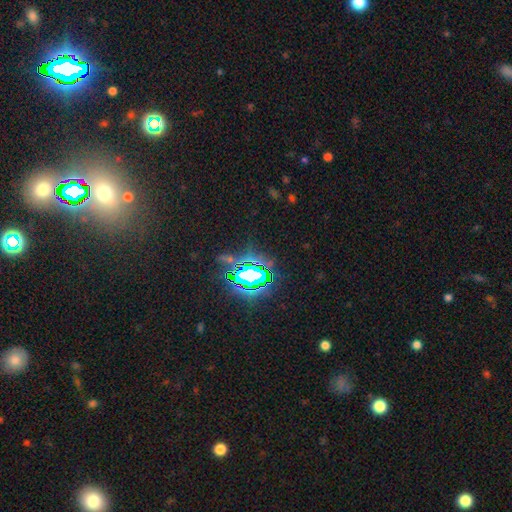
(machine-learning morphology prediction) type=star or artifact (78%).